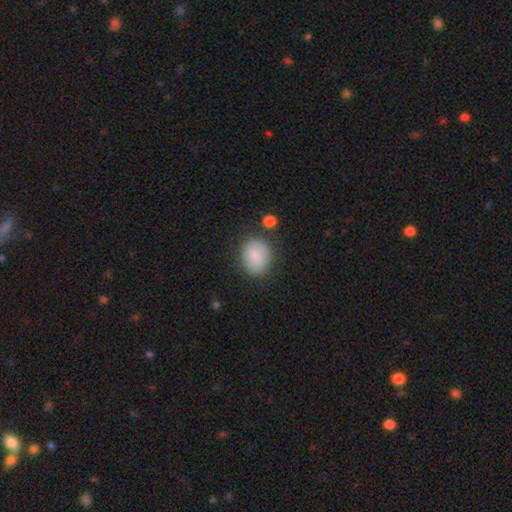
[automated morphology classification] Smooth or featured: smooth — 83% (featured or disk — 10%)
How rounded: round — 57% (in between — 42%)
Merging: none — 80% (minor disturbance — 13%)